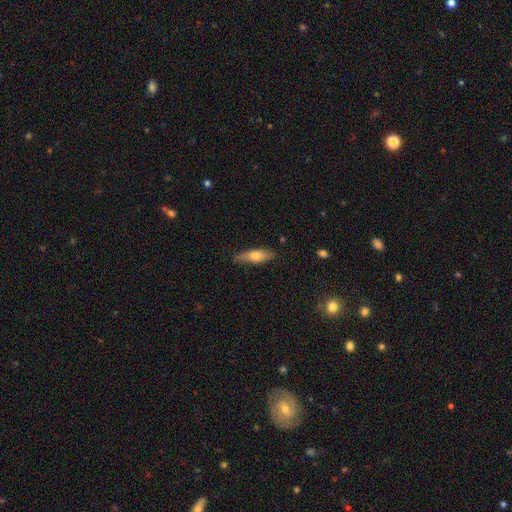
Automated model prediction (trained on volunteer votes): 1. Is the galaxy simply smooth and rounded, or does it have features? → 59% smooth, 35% featured or disk, 6% star or artifact.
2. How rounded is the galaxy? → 54% cigar-shaped, 43% in between, 3% round.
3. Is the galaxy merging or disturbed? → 80% none, 16% minor disturbance, 2% major disturbance, 1% merger.